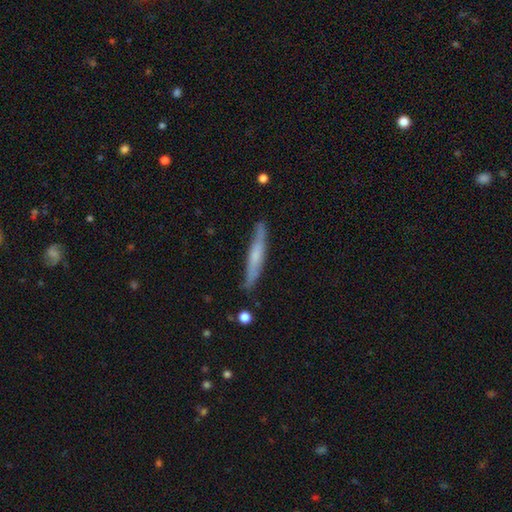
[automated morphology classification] smooth 49%, featured or disk 45%, star or artifact 6%. Down the decision tree: merging — none (83%).